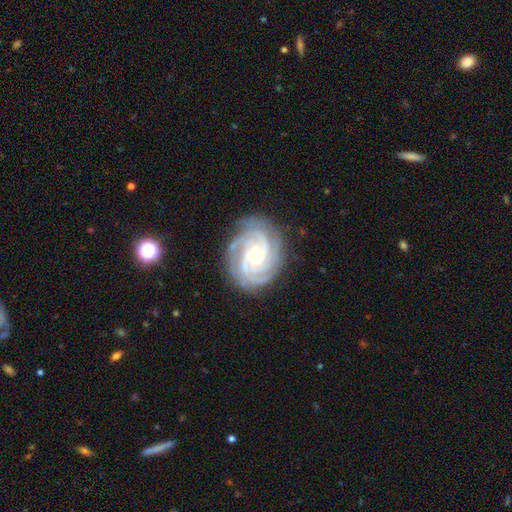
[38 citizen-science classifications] This is clearly a featured or disk galaxy (95%). It is clearly not viewed edge-on (94%). Bar: possibly no (59%). Spiral arm pattern: clearly yes (97%). Spiral arm count: marginally 4 (30%). Spiral winding: likely tight (64%). Central bulge: possibly small (56%). Merging: clearly none (81%).